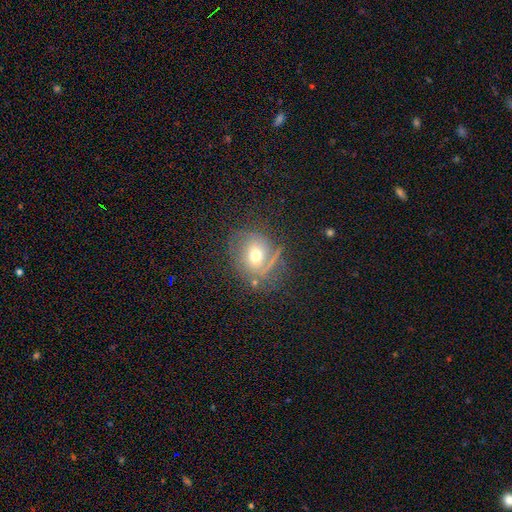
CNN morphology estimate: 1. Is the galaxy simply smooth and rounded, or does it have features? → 54% smooth, 31% featured or disk, 15% star or artifact.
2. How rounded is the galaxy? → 69% round, 29% in between, 1% cigar-shaped.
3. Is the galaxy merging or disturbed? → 63% none, 19% minor disturbance, 12% major disturbance, 6% merger.